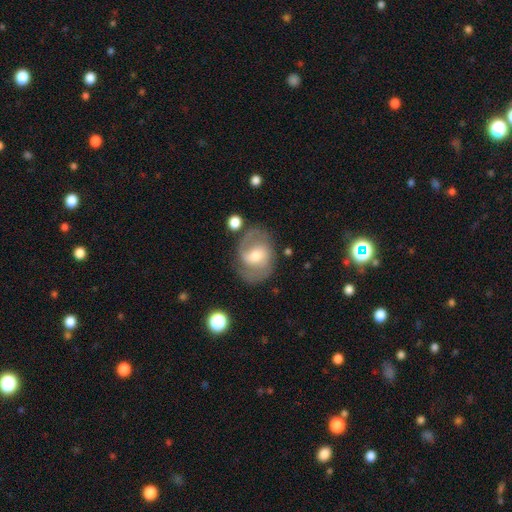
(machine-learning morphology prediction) Smooth or featured?
  - featured or disk: 73% *
  - smooth: 20%
  - star or artifact: 7%
Edge-on disk?
  - no: 97% *
  - yes: 3%
Bar?
  - weak: 48% *
  - no: 33%
  - strong: 18%
Spiral arms?
  - yes: 87% *
  - no: 13%
Spiral winding?
  - medium: 51% *
  - tight: 30%
  - loose: 19%
Spiral arm count?
  - 2: 82% *
  - can't tell: 10%
  - 1: 4%
  - 3: 2%
  - 4: 1%
  - more than 4: 1%
Bulge size?
  - moderate: 59% *
  - small: 30%
  - large: 8%
  - none: 2%
  - dominant: 1%
Merging?
  - none: 72% *
  - minor disturbance: 17%
  - major disturbance: 8%
  - merger: 3%